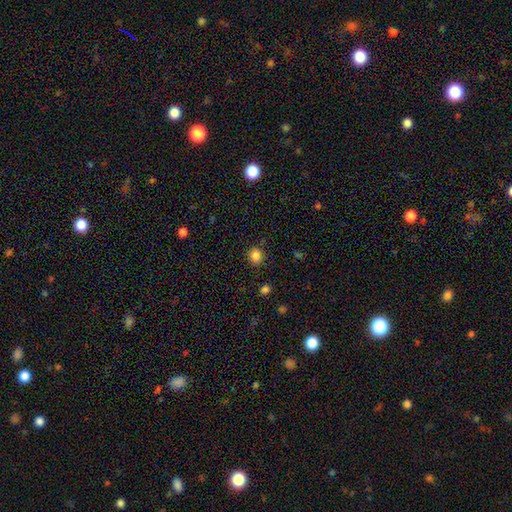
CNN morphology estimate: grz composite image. It shows a smooth galaxy with no disk features (84%) that is round (78%). Merging: none (86%).